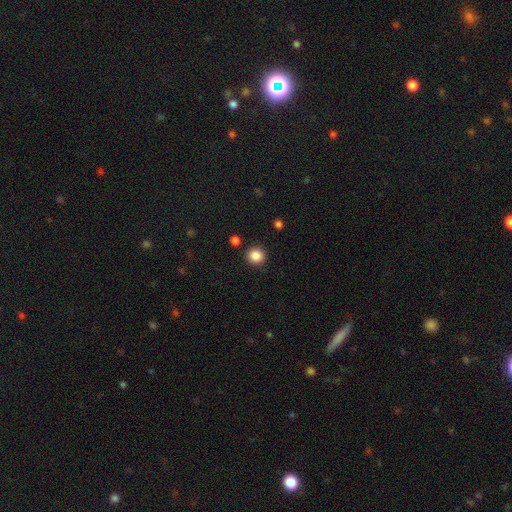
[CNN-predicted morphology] Smooth or featured? smooth (86%)
How rounded? round (92%)
Merging? none (89%)